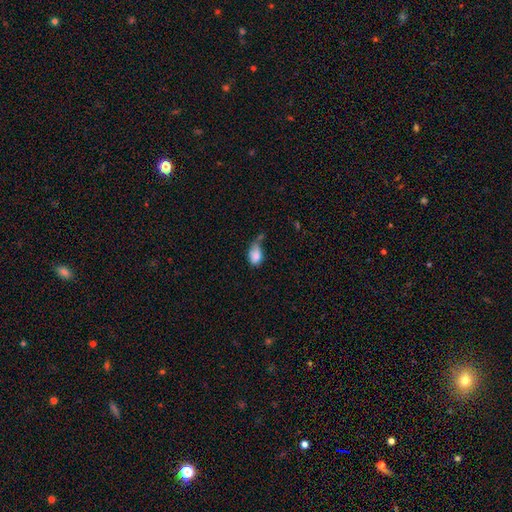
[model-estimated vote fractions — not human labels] Q: Smooth or featured?
A: smooth (80%); runner-up: featured or disk (12%)
Q: How rounded?
A: in between (87%); runner-up: round (10%)
Q: Merging?
A: minor disturbance (35%); runner-up: none (25%)